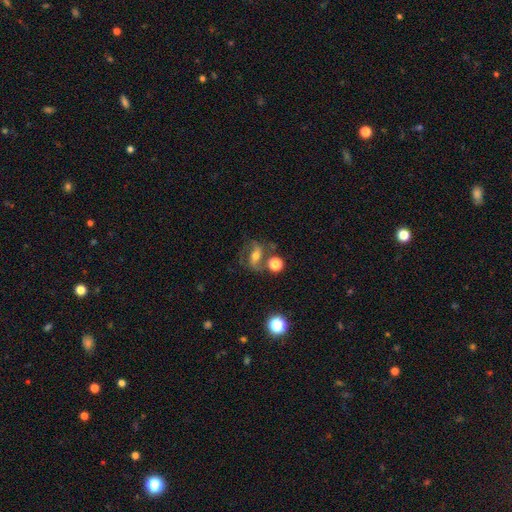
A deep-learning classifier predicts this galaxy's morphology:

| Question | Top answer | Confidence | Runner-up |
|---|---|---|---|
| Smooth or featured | featured or disk | 64% | smooth (22%) |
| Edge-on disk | no | 94% | yes (6%) |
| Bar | strong | 38% | weak (33%) |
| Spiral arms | yes | 86% | no (14%) |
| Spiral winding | medium | 44% | loose (40%) |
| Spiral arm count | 2 | 88% | can't tell (5%) |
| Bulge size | moderate | 65% | small (24%) |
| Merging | none | 61% | minor disturbance (16%) |